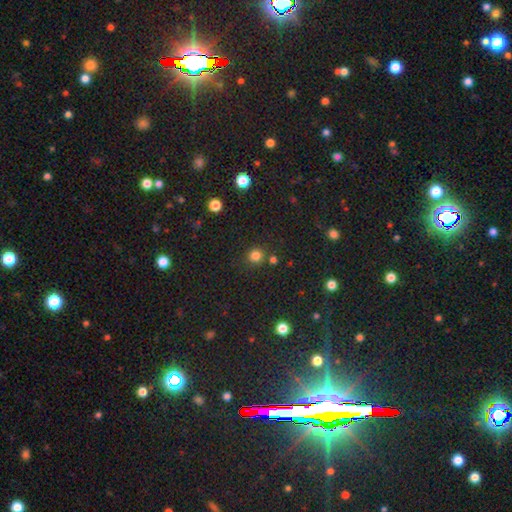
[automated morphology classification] A smooth galaxy with no disk features (80%) that is round (91%).

Vote fractions:
- Smooth or featured? smooth: 80% / star or artifact: 16% / featured or disk: 4%
- How rounded? round: 91% / in between: 8% / cigar-shaped: 1%
- Merging? none: 82% / minor disturbance: 8% / merger: 7% / major disturbance: 3%